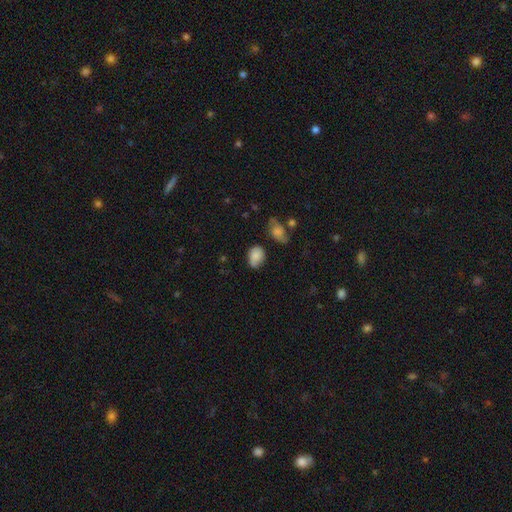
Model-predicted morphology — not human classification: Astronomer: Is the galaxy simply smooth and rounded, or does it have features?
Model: smooth — 80%.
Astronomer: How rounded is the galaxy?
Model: in between — 70%.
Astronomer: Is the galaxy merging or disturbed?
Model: none — 57% (runner-up: minor disturbance, 32%).